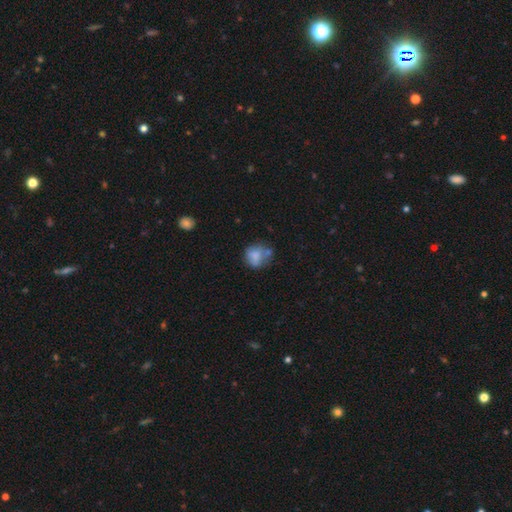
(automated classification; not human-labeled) smooth_or_featured: smooth (p=0.69) [alt: featured or disk p=0.21]
how_rounded: round (p=0.72) [alt: in between p=0.27]
merging: none (p=0.46) [alt: minor disturbance p=0.25]